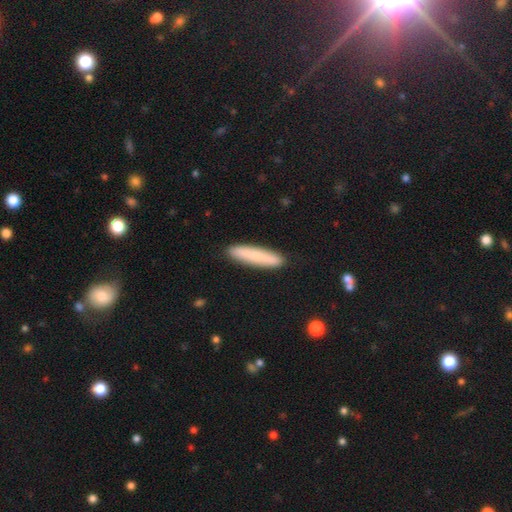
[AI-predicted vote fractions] Q: Smooth or featured?
A: smooth (80%); runner-up: featured or disk (14%)
Q: How rounded?
A: cigar-shaped (87%); runner-up: in between (12%)
Q: Merging?
A: none (90%); runner-up: minor disturbance (8%)